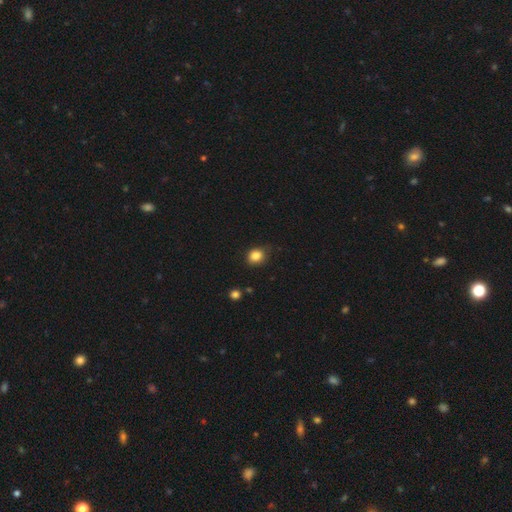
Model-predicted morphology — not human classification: Smooth or featured?
  - smooth: 85% *
  - star or artifact: 11%
  - featured or disk: 4%
How rounded?
  - round: 60% *
  - in between: 39%
  - cigar-shaped: 1%
Merging?
  - none: 76% *
  - minor disturbance: 18%
  - major disturbance: 3%
  - merger: 2%